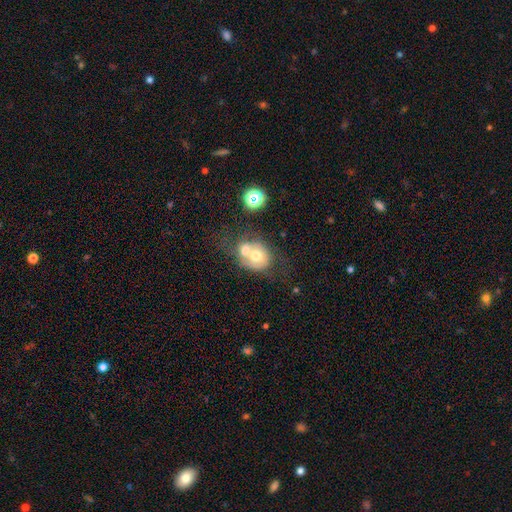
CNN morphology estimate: Smooth or featured?
  - smooth: 54% *
  - featured or disk: 36%
  - star or artifact: 10%
How rounded?
  - round: 64% *
  - in between: 35%
  - cigar-shaped: 1%
Merging?
  - merger: 59% *
  - none: 23%
  - minor disturbance: 10%
  - major disturbance: 8%